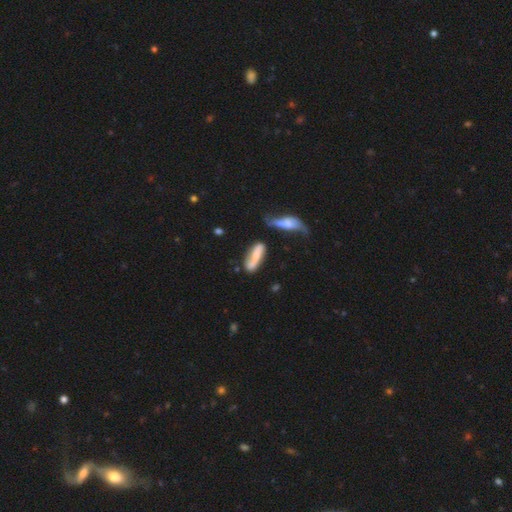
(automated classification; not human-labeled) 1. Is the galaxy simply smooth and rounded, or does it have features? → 54% smooth, 39% featured or disk, 8% star or artifact.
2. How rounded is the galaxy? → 50% cigar-shaped, 48% in between, 3% round.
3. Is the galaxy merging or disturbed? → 43% none, 25% minor disturbance, 20% merger, 12% major disturbance.